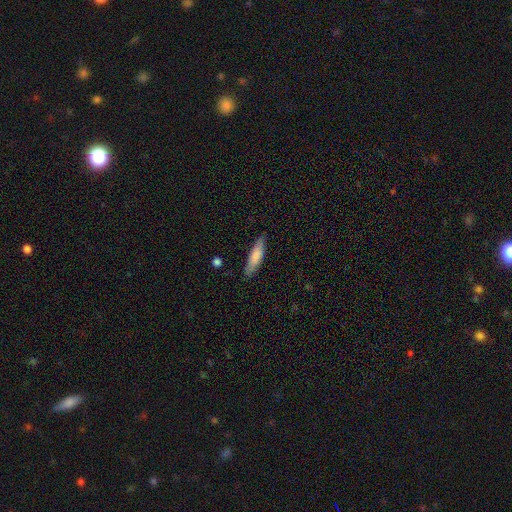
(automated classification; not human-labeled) Smooth or featured: smooth — 77% (featured or disk — 18%)
How rounded: cigar-shaped — 72% (in between — 27%)
Merging: none — 82% (minor disturbance — 14%)